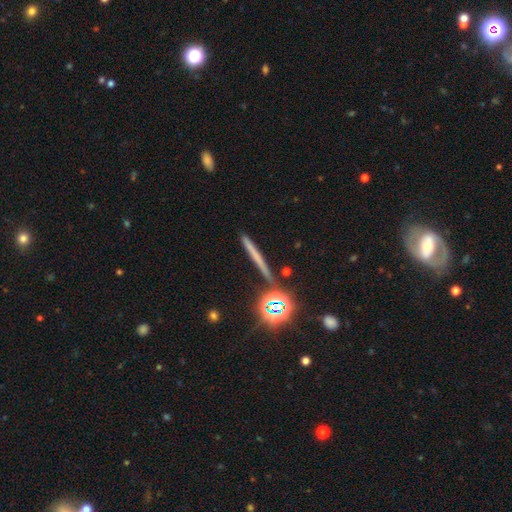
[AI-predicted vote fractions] Smooth or featured? Predicted: smooth (p=0.45). Merging? Predicted: none (p=0.86).